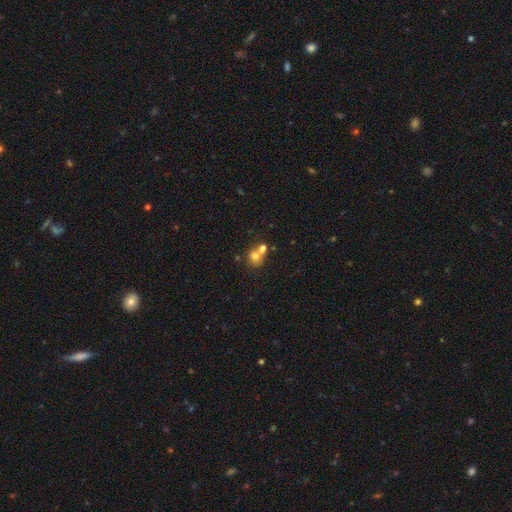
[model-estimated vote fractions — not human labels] Smooth or featured? Predicted: smooth (p=0.71). How rounded? Predicted: round (p=0.77). Merging? Predicted: merger (p=0.54).